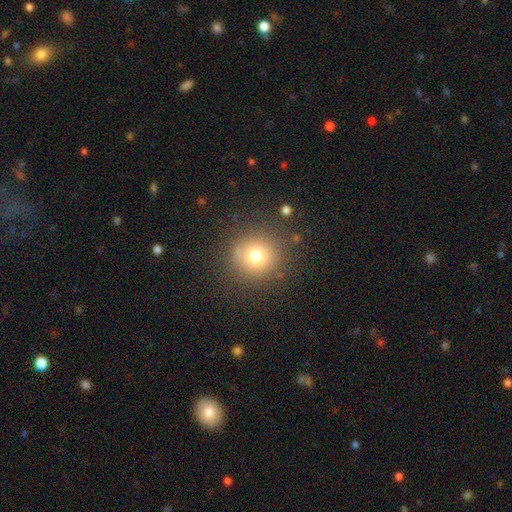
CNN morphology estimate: Smooth or featured? smooth (73%)
How rounded? round (92%)
Merging? none (84%)